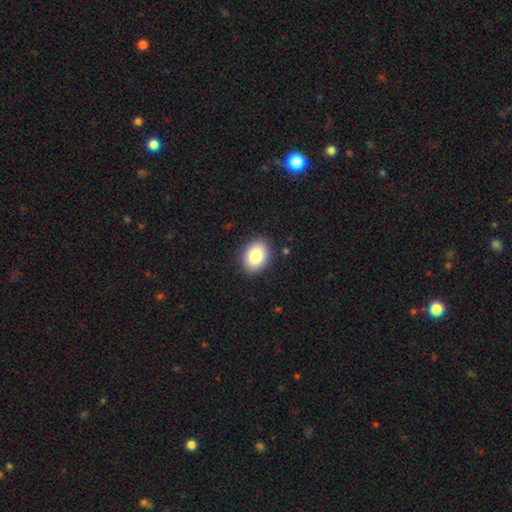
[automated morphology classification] smooth 83%, featured or disk 9%, star or artifact 8%. Down the decision tree: how rounded — in between (71%); merging — none (89%).